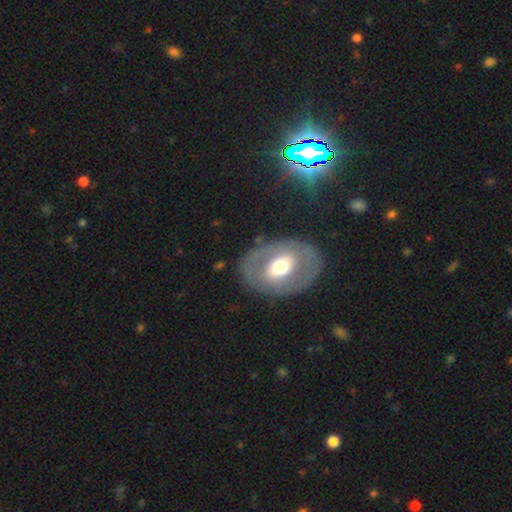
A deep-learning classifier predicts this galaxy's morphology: This is possibly a featured or disk galaxy (56%). It is clearly not viewed edge-on (93%). Bar: marginally no (43%). Spiral arm pattern: likely no (72%). Central bulge: likely moderate (67%). Merging: clearly none (80%).